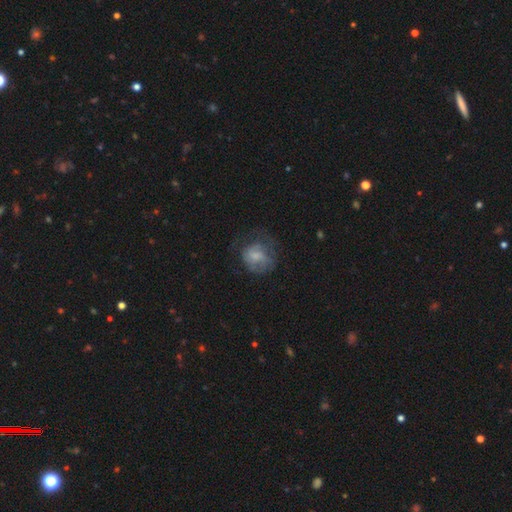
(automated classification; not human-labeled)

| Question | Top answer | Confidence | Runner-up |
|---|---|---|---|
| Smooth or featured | smooth | 52% | featured or disk (39%) |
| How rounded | round | 71% | in between (28%) |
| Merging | none | 46% | major disturbance (28%) |